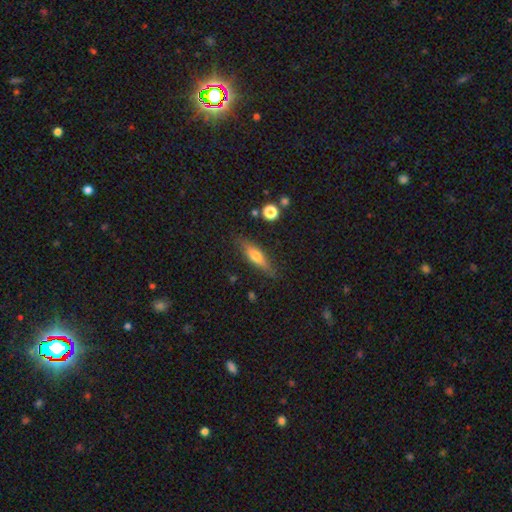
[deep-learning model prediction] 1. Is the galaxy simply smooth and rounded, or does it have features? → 53% smooth, 40% featured or disk, 8% star or artifact.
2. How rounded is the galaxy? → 66% cigar-shaped, 31% in between, 3% round.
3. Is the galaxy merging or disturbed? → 81% none, 13% minor disturbance, 3% major disturbance, 2% merger.